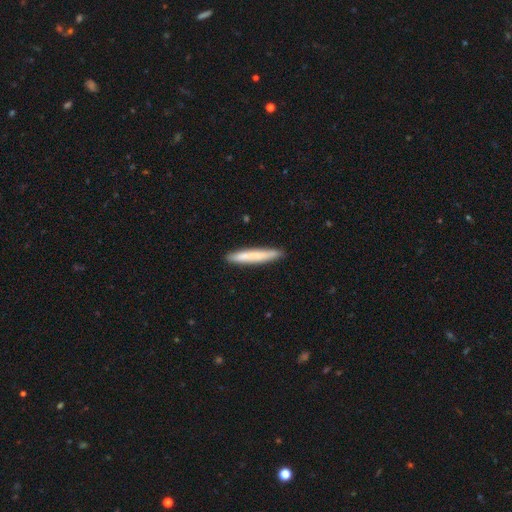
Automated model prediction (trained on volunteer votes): A smooth galaxy with no disk features (74%) that is cigar-shaped (95%). Merging: none (88%).